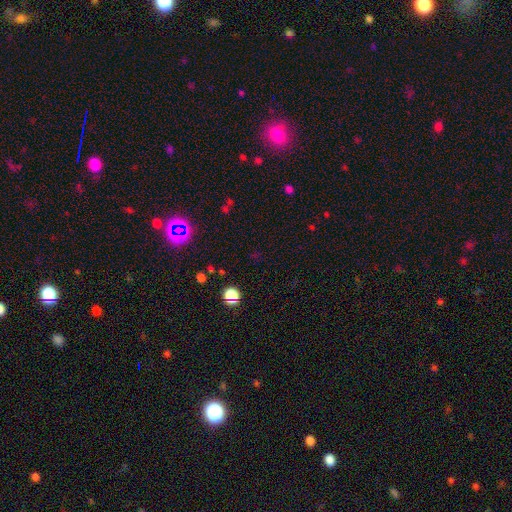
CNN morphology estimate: The model was most divided on "smooth or featured": star or artifact: 66%, smooth: 27%, featured or disk: 8%.